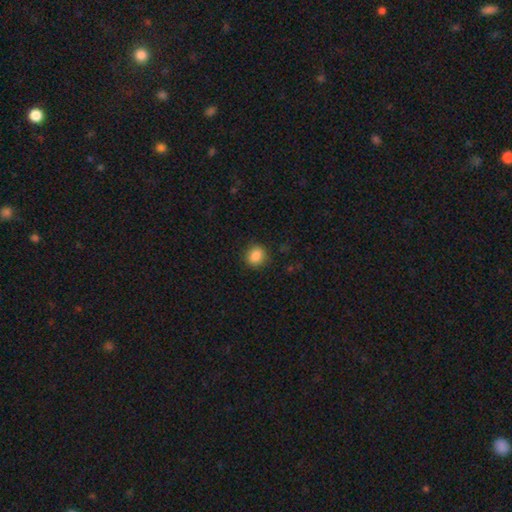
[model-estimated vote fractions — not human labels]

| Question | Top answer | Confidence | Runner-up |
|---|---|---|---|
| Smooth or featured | smooth | 87% | star or artifact (10%) |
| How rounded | round | 73% | in between (25%) |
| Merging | none | 87% | minor disturbance (9%) |